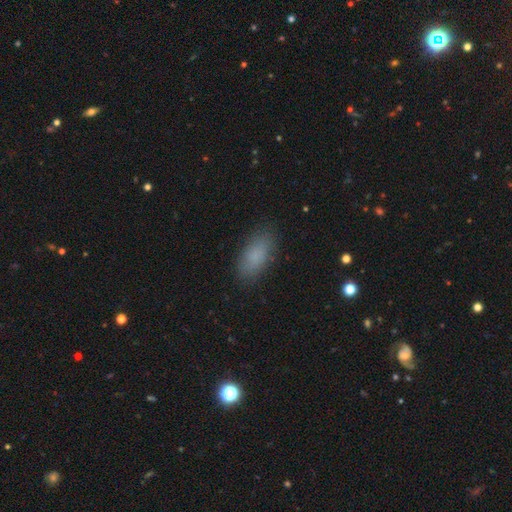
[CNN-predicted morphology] Q: Smooth or featured?
A: smooth (84%); runner-up: star or artifact (9%)
Q: How rounded?
A: in between (87%); runner-up: cigar-shaped (10%)
Q: Merging?
A: none (85%); runner-up: minor disturbance (11%)